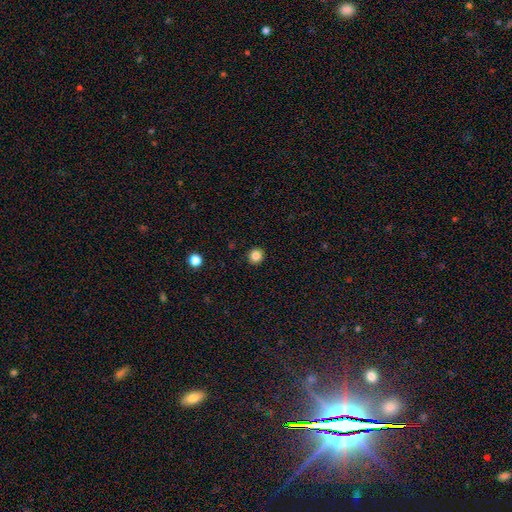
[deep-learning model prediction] Smooth or featured? smooth (84%)
How rounded? round (93%)
Merging? none (92%)